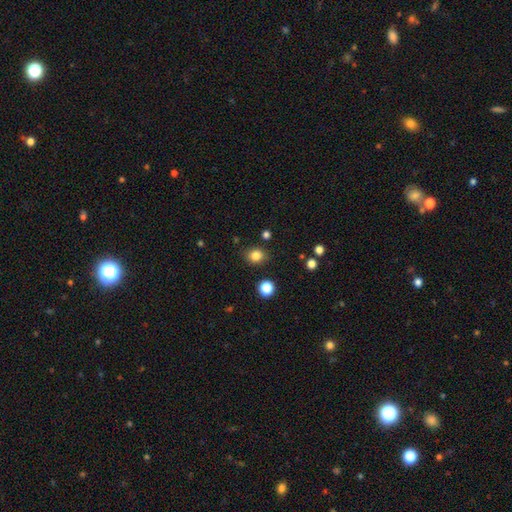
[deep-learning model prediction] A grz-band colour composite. It shows a smooth galaxy with no disk features (83%) that is round (67%). Merging: none (85%).